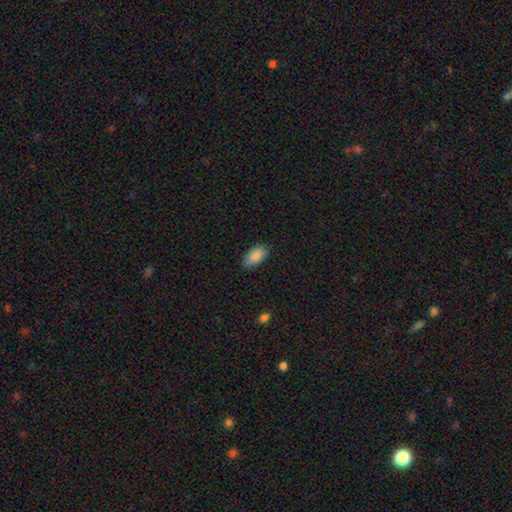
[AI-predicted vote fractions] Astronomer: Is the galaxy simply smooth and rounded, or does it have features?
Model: smooth — 88%.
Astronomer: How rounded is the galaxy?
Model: in between — 93%.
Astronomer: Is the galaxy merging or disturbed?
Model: none — 83%.